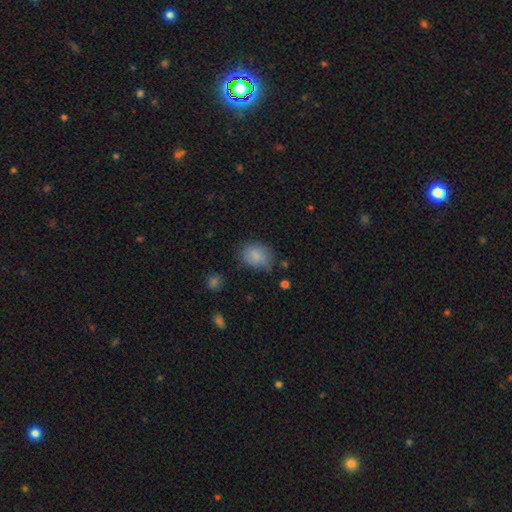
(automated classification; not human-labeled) This is clearly a smooth galaxy (84%). How rounded: possibly in between (55%). Merging: likely none (63%).